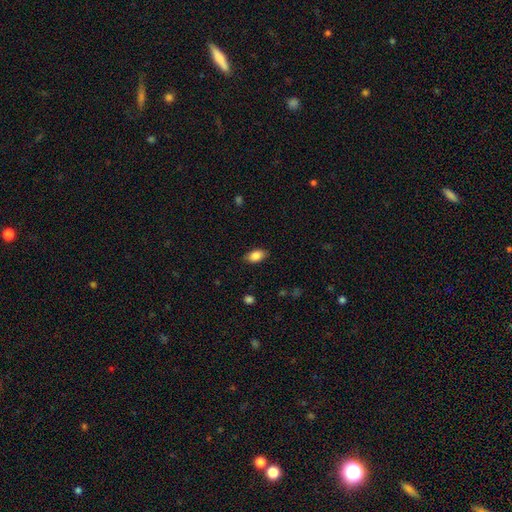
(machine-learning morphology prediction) smooth_or_featured: smooth (p=0.85) [alt: star or artifact p=0.08]
how_rounded: in between (p=0.91) [alt: round p=0.07]
merging: none (p=0.85) [alt: minor disturbance p=0.12]